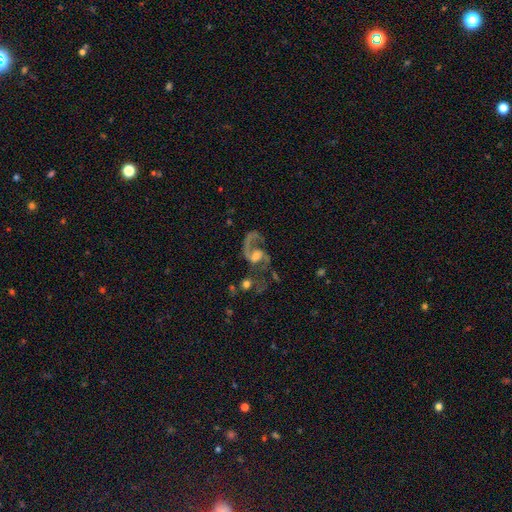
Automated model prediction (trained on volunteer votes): Smooth or featured? featured or disk (84%)
Edge-on disk? no (98%)
Bar? weak (44%)
Spiral arms? yes (93%)
Spiral winding? loose (52%)
Spiral arm count? 2 (67%)
Bulge size? moderate (36%)
Merging? none (40%)